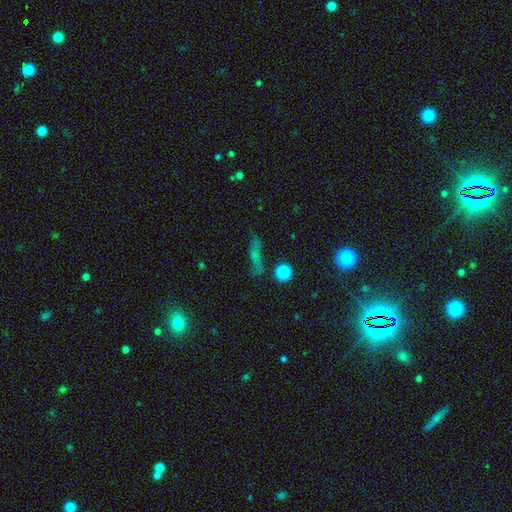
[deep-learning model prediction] Q: Smooth or featured?
A: smooth (56%); runner-up: featured or disk (25%)
Q: How rounded?
A: cigar-shaped (67%); runner-up: in between (20%)
Q: Merging?
A: none (75%); runner-up: minor disturbance (16%)